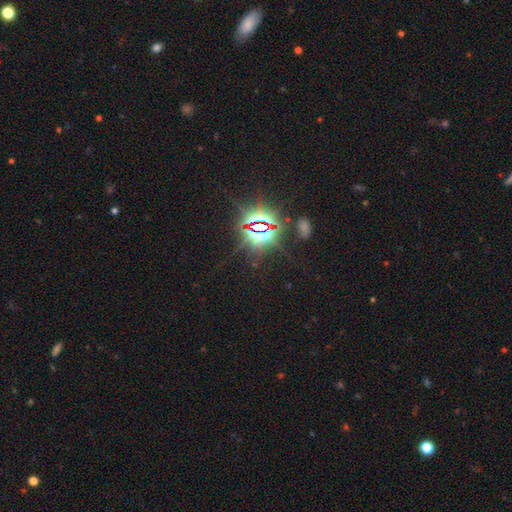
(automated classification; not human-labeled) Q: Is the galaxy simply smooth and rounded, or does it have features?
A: star or artifact — 84%.